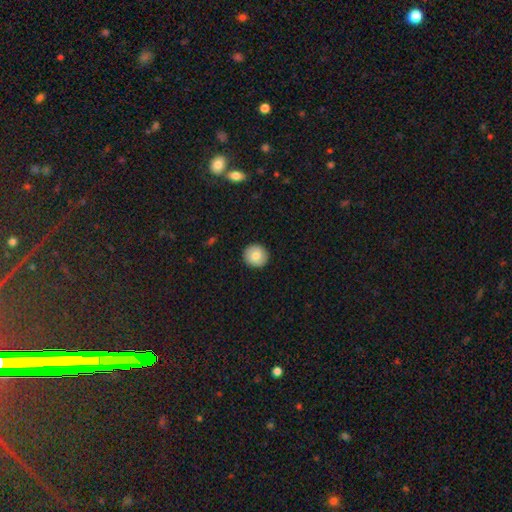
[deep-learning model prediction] Q: Smooth or featured?
A: smooth (77%); runner-up: featured or disk (16%)
Q: How rounded?
A: round (91%); runner-up: in between (8%)
Q: Merging?
A: none (91%); runner-up: minor disturbance (6%)